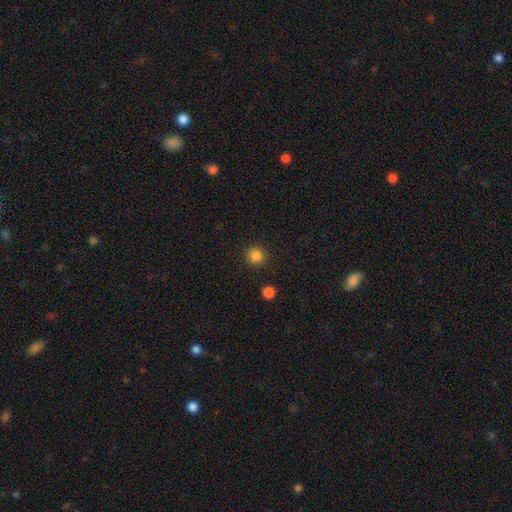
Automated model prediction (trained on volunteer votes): smooth-or-featured: smooth: 85% | star or artifact: 12% | featured or disk: 3%
  how-rounded: round: 93% | in between: 6% | cigar-shaped: 1%
  merging: none: 91% | minor disturbance: 5% | major disturbance: 2% | merger: 2%